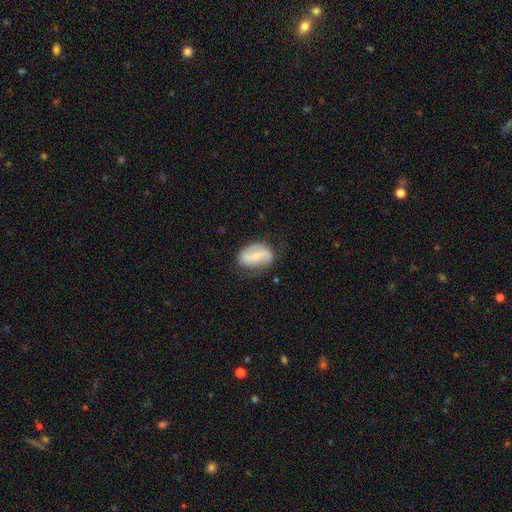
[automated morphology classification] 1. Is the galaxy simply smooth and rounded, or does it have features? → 59% featured or disk, 34% smooth, 7% star or artifact.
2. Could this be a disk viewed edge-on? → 96% no, 4% yes.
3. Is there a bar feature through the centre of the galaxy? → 42% weak, 30% no, 28% strong.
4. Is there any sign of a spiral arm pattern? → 85% yes, 15% no.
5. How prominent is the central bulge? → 49% small, 41% moderate, 6% none, 3% large, 1% dominant.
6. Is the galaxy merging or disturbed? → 65% none, 25% minor disturbance, 8% major disturbance, 2% merger.